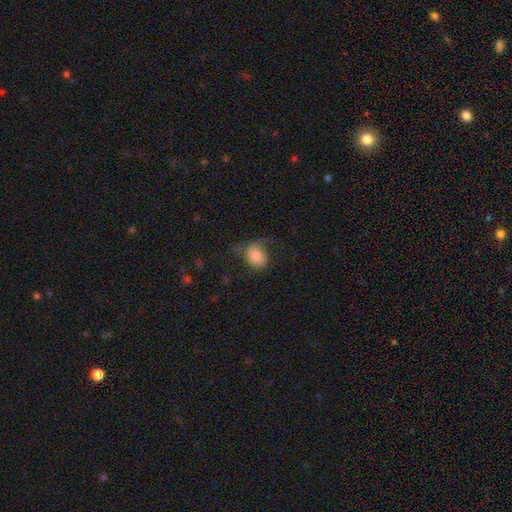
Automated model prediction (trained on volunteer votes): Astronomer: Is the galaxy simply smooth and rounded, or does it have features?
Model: smooth — 72%.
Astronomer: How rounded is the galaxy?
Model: round — 54% (runner-up: in between, 45%).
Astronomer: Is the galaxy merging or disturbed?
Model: none — 52%.